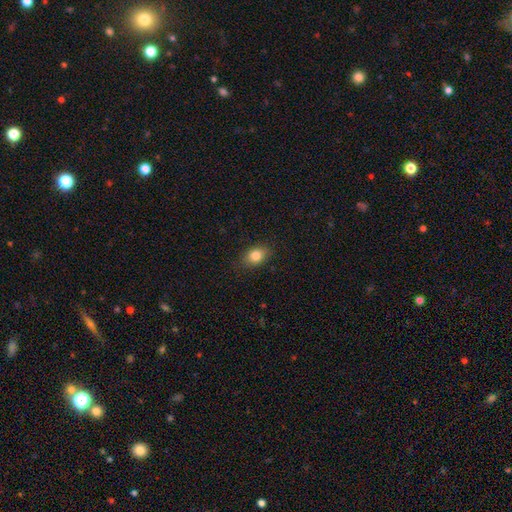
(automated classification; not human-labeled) Morphology: type=smooth (82%); roundness=in between (74%); merging=none (86%).